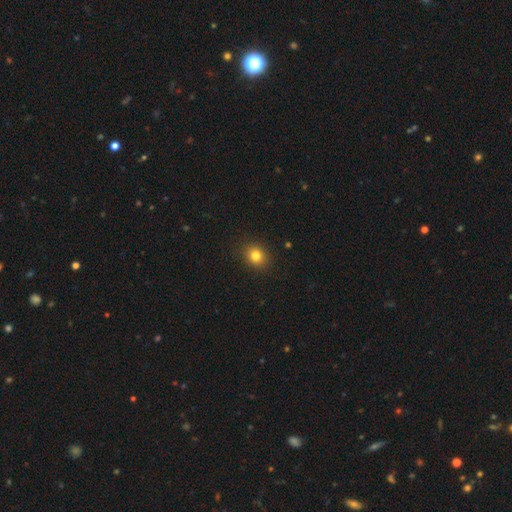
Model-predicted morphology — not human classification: type=smooth (81%); roundness=round (68%); merging=none (90%).